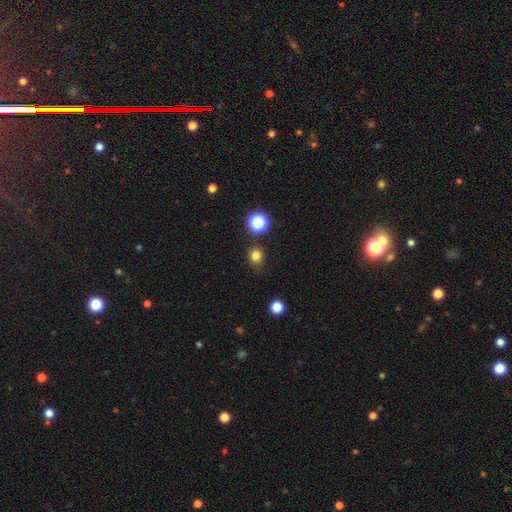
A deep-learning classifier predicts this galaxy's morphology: This is clearly a smooth galaxy (80%). How rounded: clearly round (86%). Merging: likely none (79%).